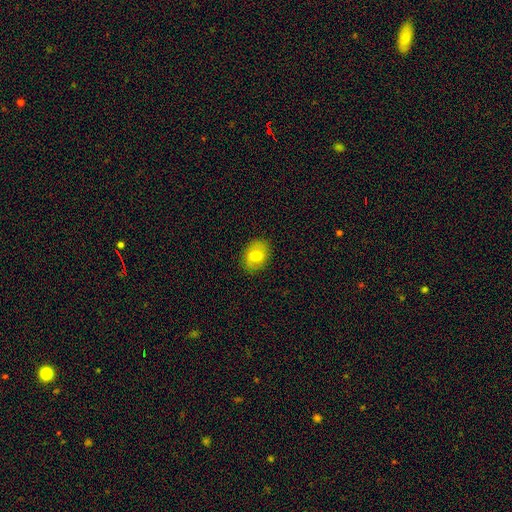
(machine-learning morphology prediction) Smooth or featured? Predicted: smooth (p=0.72). How rounded? Predicted: in between (p=0.61). Merging? Predicted: none (p=0.86).